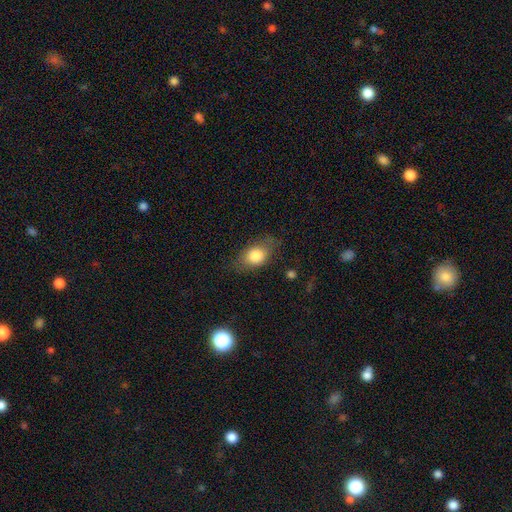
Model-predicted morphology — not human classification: Smooth or featured?
  - smooth: 80% *
  - featured or disk: 12%
  - star or artifact: 8%
How rounded?
  - in between: 78% *
  - round: 19%
  - cigar-shaped: 3%
Merging?
  - none: 73% *
  - minor disturbance: 19%
  - major disturbance: 7%
  - merger: 2%